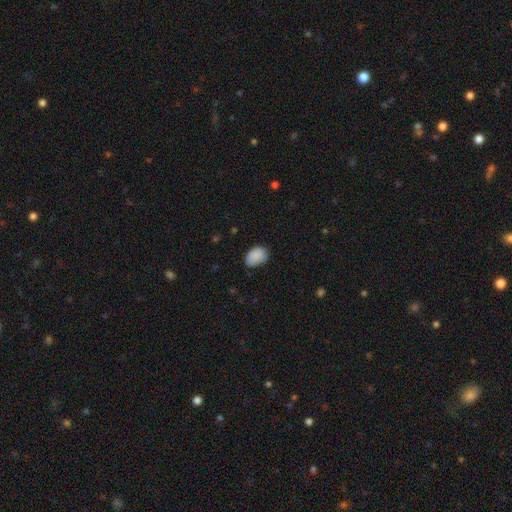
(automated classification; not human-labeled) Morphology: type=smooth (88%); roundness=in between (81%); merging=none (65%).